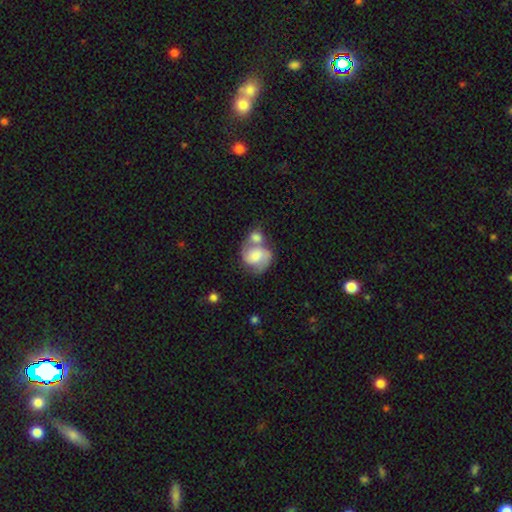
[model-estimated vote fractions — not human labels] Morphology: type=featured or disk (62%); edge-on=no (98%); bar=no (57%); spiral arms=yes (88%); winding=medium (51%); arm count=2 (84%); bulge=moderate (38%); merging=merger (57%).